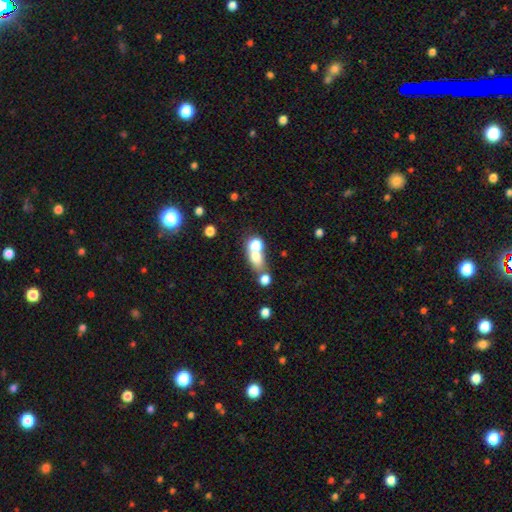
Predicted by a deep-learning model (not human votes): Morphology: type=smooth (68%); roundness=in between (50%); merging=merger (48%).